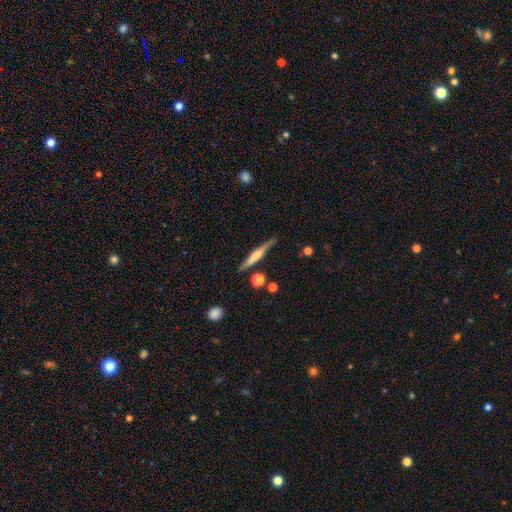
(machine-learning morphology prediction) smooth-or-featured: featured or disk: 56% | smooth: 38% | star or artifact: 6%
  disk-edge-on: yes: 96% | no: 4%
    edge-on-bulge: rounded: 47% | boxy: 30% | none: 23%
  merging: none: 82% | minor disturbance: 12% | merger: 3% | major disturbance: 3%